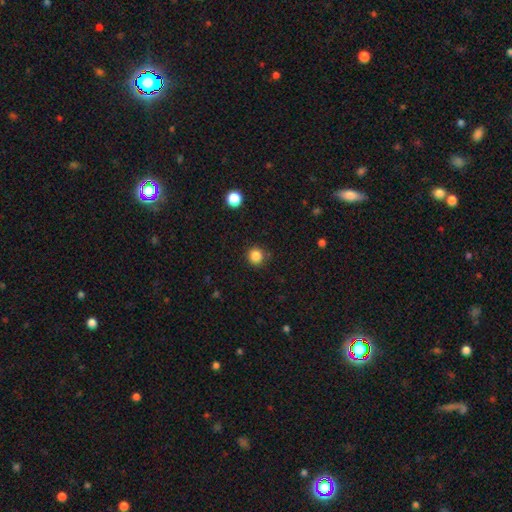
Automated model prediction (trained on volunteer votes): smooth 85%, star or artifact 12%, featured or disk 3%. Down the decision tree: how rounded — round (92%); merging — none (86%).